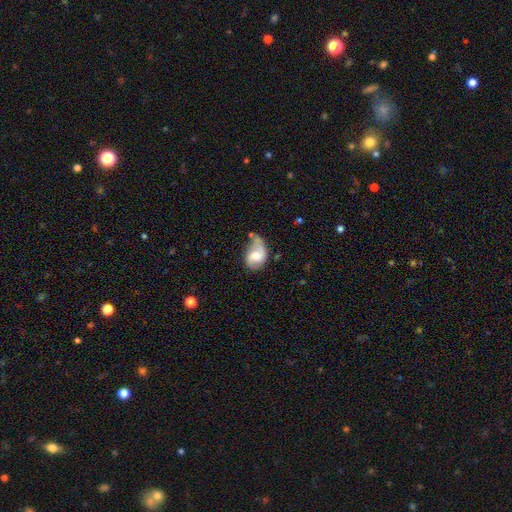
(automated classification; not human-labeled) Smooth or featured: featured or disk — 49% (smooth — 44%)
Merging: minor disturbance — 34% (none — 30%)